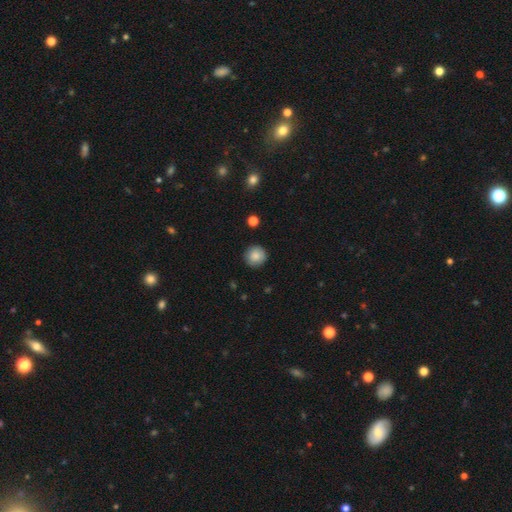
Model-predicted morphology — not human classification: type=smooth (86%); roundness=round (94%); merging=none (89%).